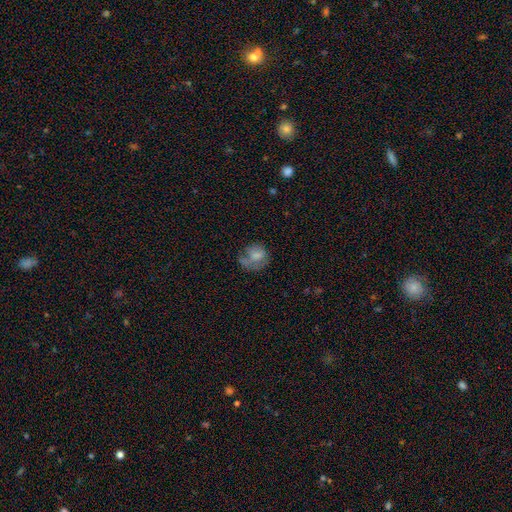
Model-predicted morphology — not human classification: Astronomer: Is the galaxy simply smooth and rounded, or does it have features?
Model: smooth — 63%.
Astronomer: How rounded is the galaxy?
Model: round — 64%.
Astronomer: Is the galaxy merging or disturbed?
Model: none — 38% (runner-up: major disturbance, 30%).